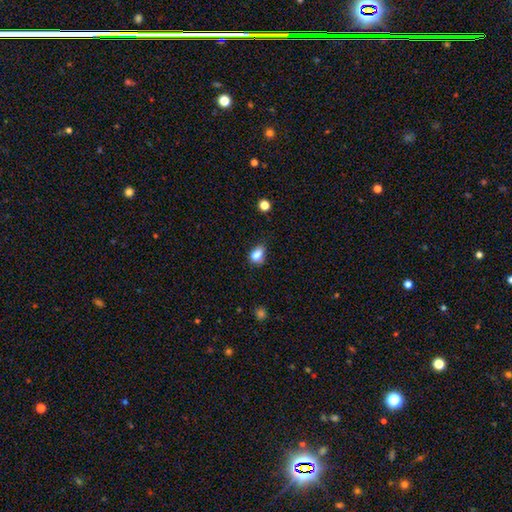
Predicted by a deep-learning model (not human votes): Smooth or featured?
  - smooth: 82% *
  - star or artifact: 11%
  - featured or disk: 7%
How rounded?
  - in between: 69% *
  - round: 29%
  - cigar-shaped: 2%
Merging?
  - none: 50% *
  - minor disturbance: 36%
  - major disturbance: 9%
  - merger: 5%